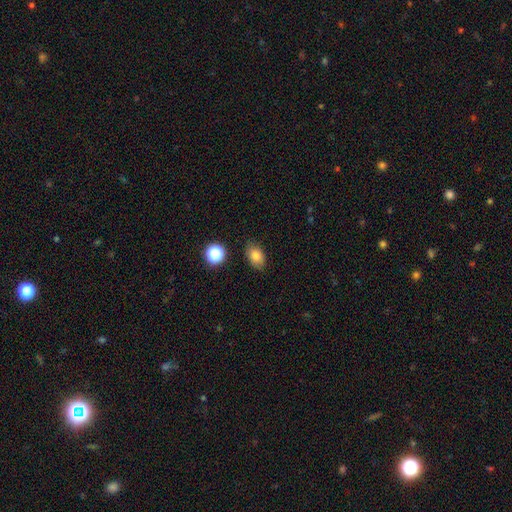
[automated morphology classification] Smooth or featured? Predicted: smooth (p=0.81). How rounded? Predicted: in between (p=0.79). Merging? Predicted: none (p=0.83).